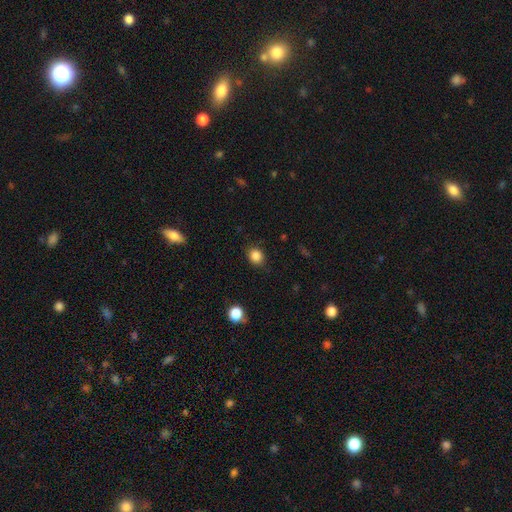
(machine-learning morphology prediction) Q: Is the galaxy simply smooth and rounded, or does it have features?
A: smooth — 85%.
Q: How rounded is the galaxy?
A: round — 62%.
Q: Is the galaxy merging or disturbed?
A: none — 86%.